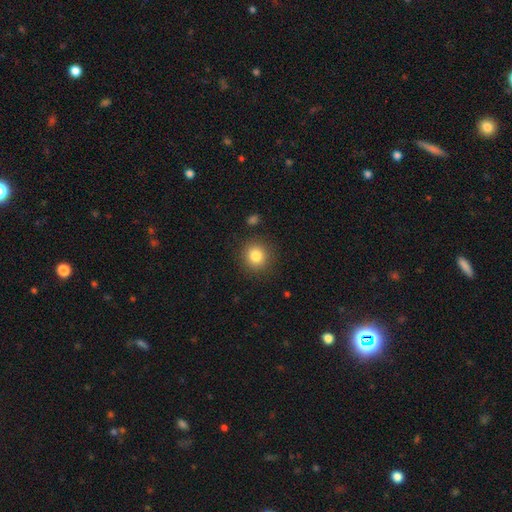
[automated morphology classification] Smooth or featured? Predicted: smooth (p=0.83). How rounded? Predicted: round (p=0.90). Merging? Predicted: none (p=0.88).